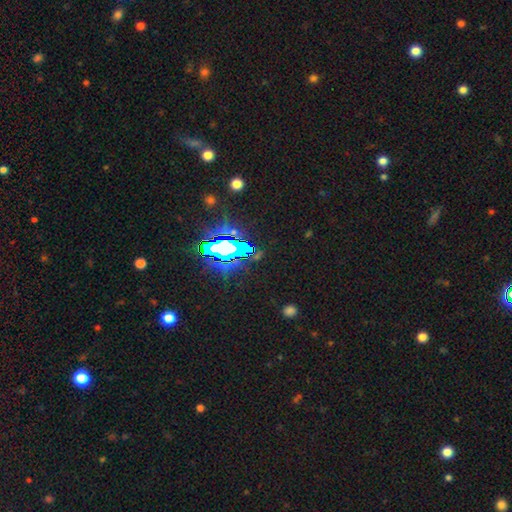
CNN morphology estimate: Overall: star or artifact (74%).